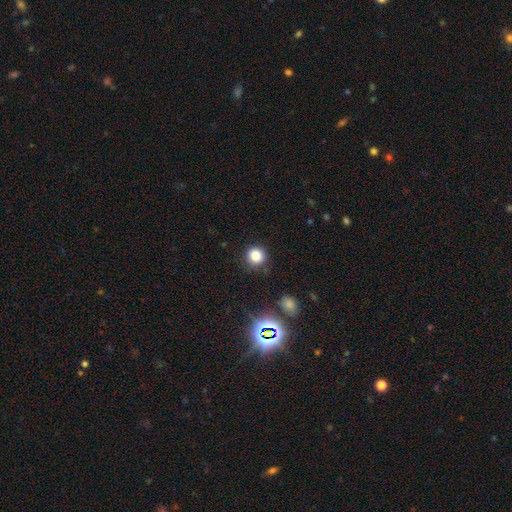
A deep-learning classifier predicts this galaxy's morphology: Smooth or featured? smooth (81%)
How rounded? round (91%)
Merging? none (86%)